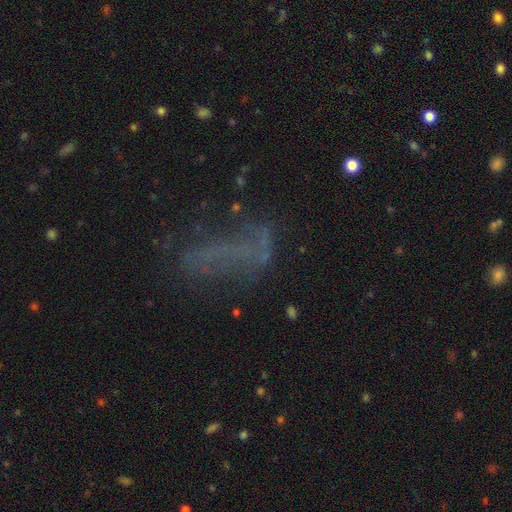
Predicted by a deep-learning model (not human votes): Morphology: type=featured or disk (43%); merging=none (43%).